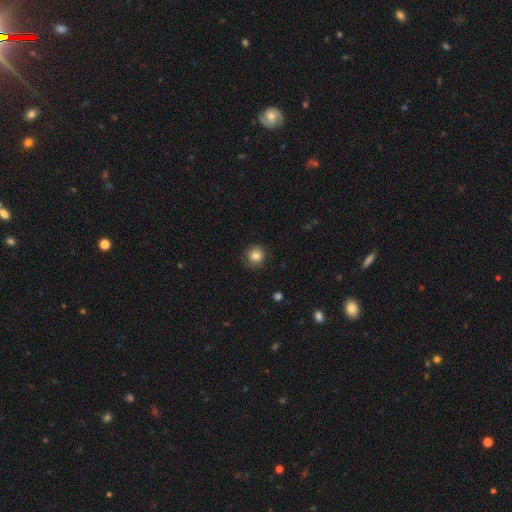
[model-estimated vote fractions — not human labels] smooth-or-featured: smooth: 81% | star or artifact: 10% | featured or disk: 9%
  how-rounded: round: 92% | in between: 7% | cigar-shaped: 1%
  merging: none: 81% | minor disturbance: 14% | major disturbance: 4% | merger: 1%